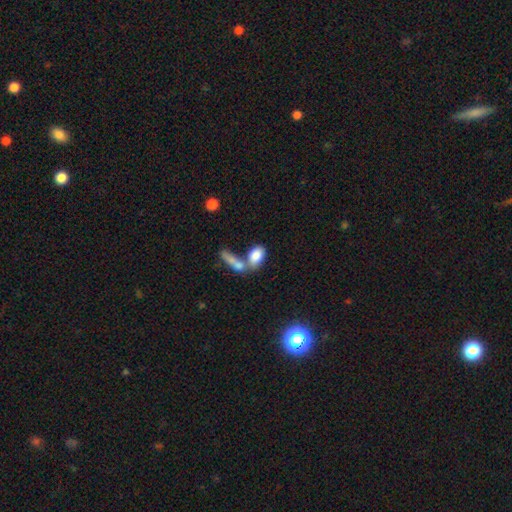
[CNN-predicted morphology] This is clearly a smooth galaxy (81%). How rounded: clearly in between (86%). Merging: possibly merger (53%).